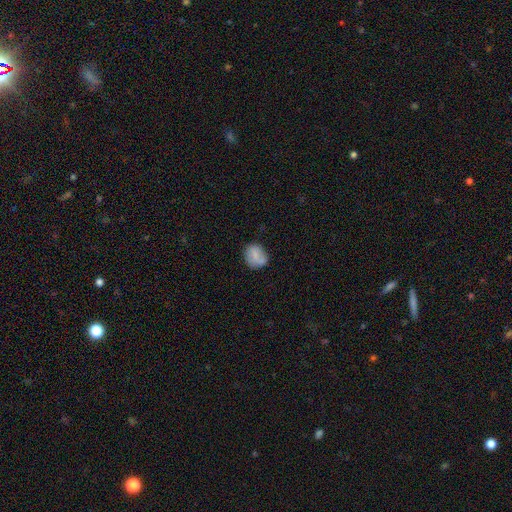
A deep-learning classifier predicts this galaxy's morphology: Smooth or featured: smooth — 72% (featured or disk — 20%)
How rounded: round — 60% (in between — 39%)
Merging: none — 66% (minor disturbance — 23%)